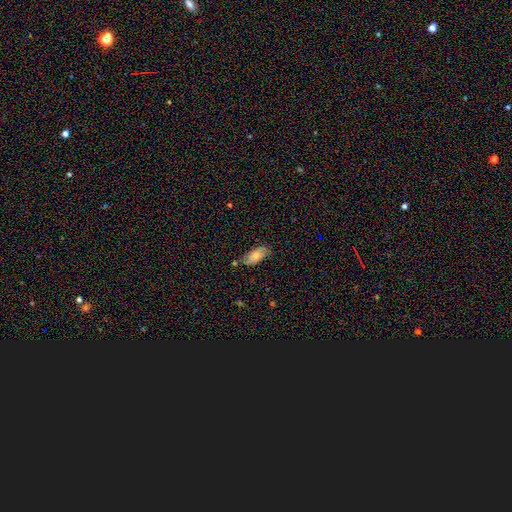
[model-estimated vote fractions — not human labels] smooth 68%, featured or disk 24%, star or artifact 8%. Down the decision tree: how rounded — in between (89%); merging — none (73%).